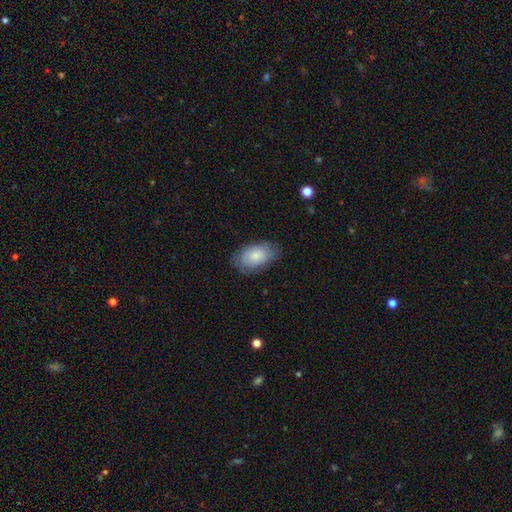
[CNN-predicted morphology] Smooth or featured? Predicted: smooth (p=0.81). How rounded? Predicted: in between (p=0.92). Merging? Predicted: none (p=0.76).